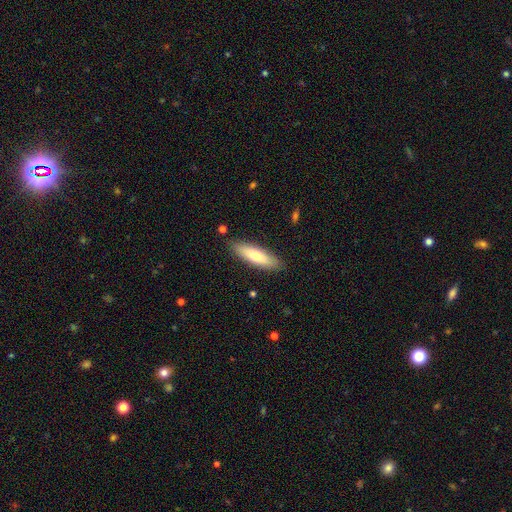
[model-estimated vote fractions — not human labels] A smooth galaxy with no disk features (68%) that is cigar-shaped (61%).

Vote fractions:
- Smooth or featured? smooth: 68% / featured or disk: 26% / star or artifact: 6%
- How rounded? cigar-shaped: 61% / in between: 37% / round: 2%
- Merging? none: 87% / minor disturbance: 9% / major disturbance: 2% / merger: 1%